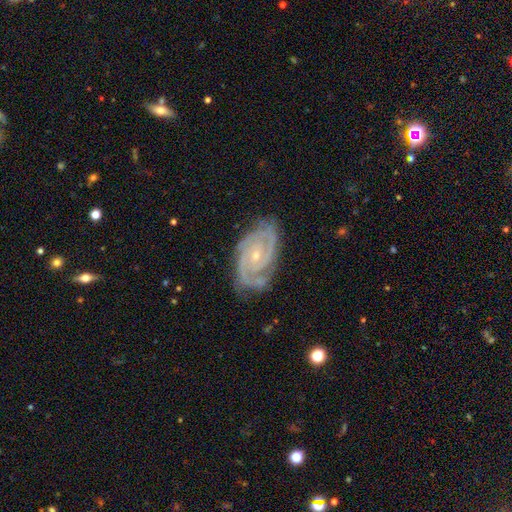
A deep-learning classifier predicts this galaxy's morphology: This appears to be a featured or disk galaxy (91%) with no bar (64%), 2 (56%) tight (68%) spiral arms (98%) and a small central bulge (76%). Merging: none (75%).